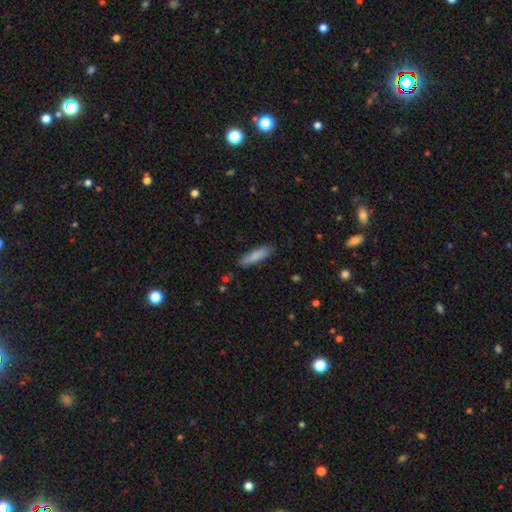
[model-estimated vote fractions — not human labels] A smooth galaxy with no disk features (85%) that is cigar-shaped (69%).

Vote fractions:
- Smooth or featured? smooth: 85% / featured or disk: 9% / star or artifact: 6%
- How rounded? cigar-shaped: 69% / in between: 29% / round: 1%
- Merging? none: 84% / minor disturbance: 12% / major disturbance: 2% / merger: 1%